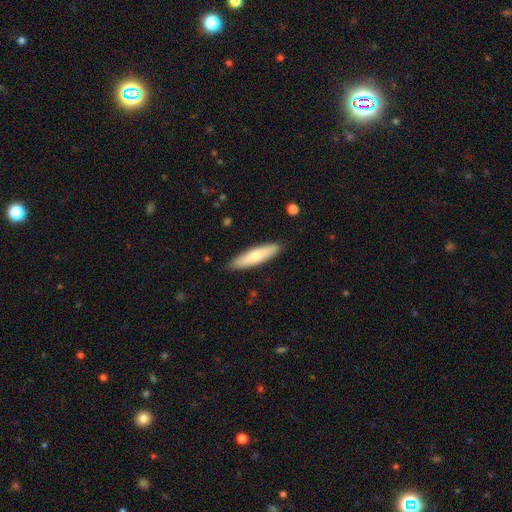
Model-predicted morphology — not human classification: type=smooth (69%); roundness=cigar-shaped (76%); merging=none (88%).